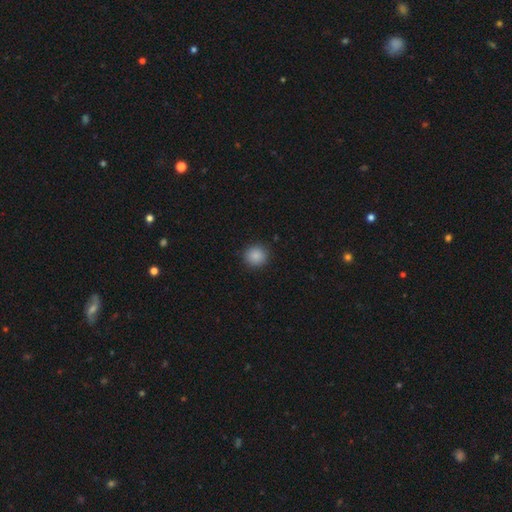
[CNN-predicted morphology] Smooth or featured? Predicted: smooth (p=0.87). How rounded? Predicted: round (p=0.91). Merging? Predicted: none (p=0.91).